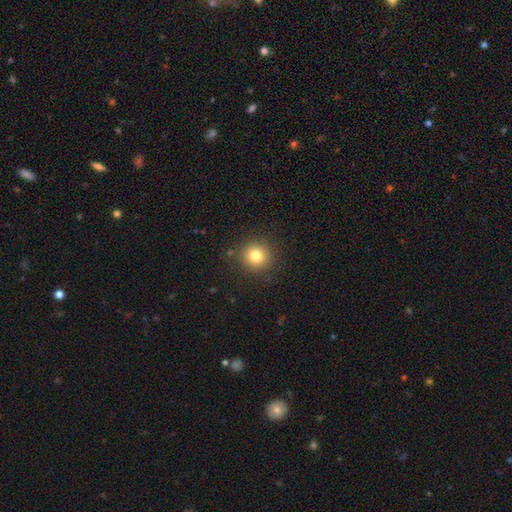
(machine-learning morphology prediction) Q: Smooth or featured?
A: smooth (81%); runner-up: star or artifact (12%)
Q: How rounded?
A: round (93%); runner-up: in between (6%)
Q: Merging?
A: none (89%); runner-up: minor disturbance (7%)